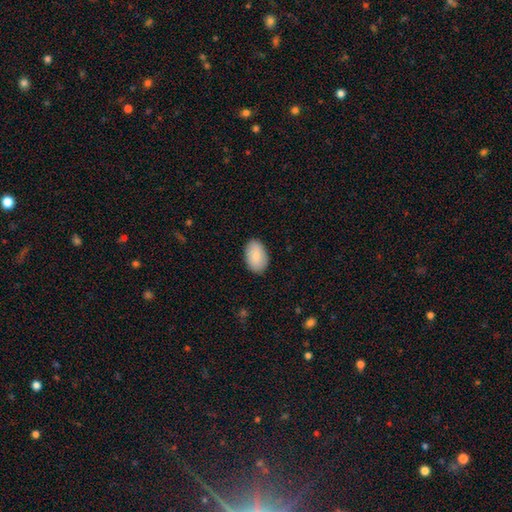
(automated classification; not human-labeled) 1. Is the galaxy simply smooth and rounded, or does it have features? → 85% smooth, 9% featured or disk, 6% star or artifact.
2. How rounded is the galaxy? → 91% in between, 8% round, 1% cigar-shaped.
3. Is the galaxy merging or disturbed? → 88% none, 9% minor disturbance, 2% major disturbance, 1% merger.